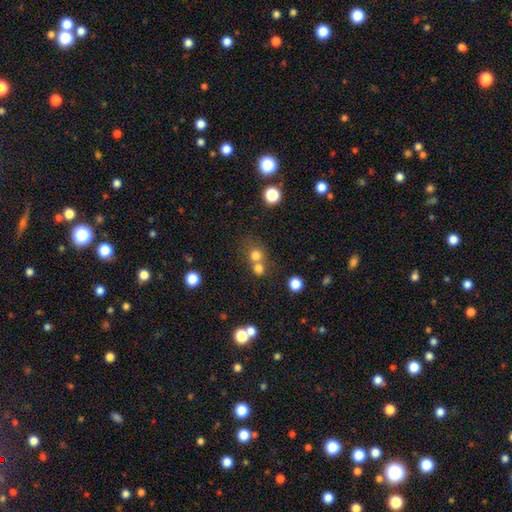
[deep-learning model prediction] Smooth or featured: smooth — 73% (star or artifact — 17%)
How rounded: round — 84% (in between — 15%)
Merging: merger — 45% (none — 44%)